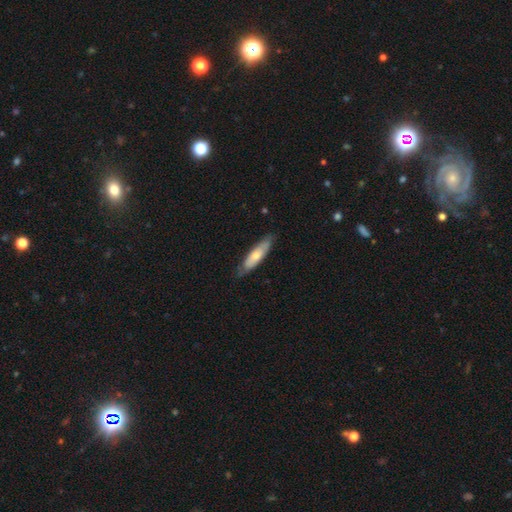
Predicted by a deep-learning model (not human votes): Smooth or featured: smooth — 57% (featured or disk — 38%)
How rounded: cigar-shaped — 60% (in between — 39%)
Merging: none — 74% (minor disturbance — 21%)